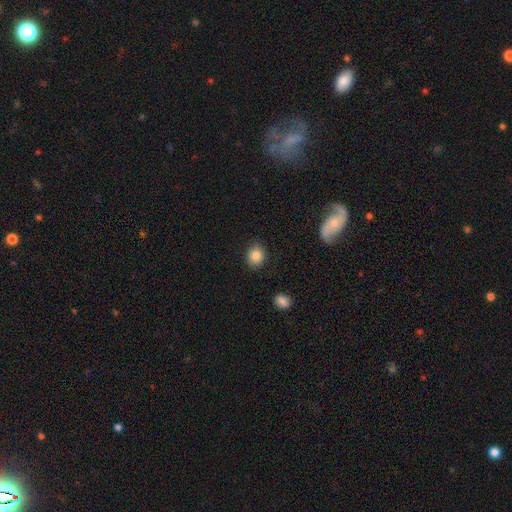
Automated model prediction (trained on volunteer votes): This appears to be a smooth galaxy with no disk features (85%) that is round (65%). Merging: none (86%).